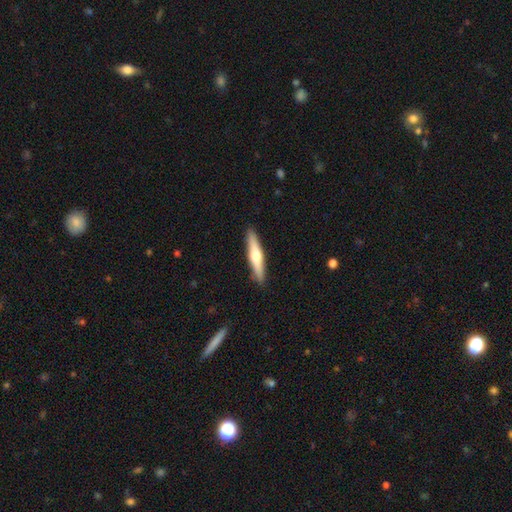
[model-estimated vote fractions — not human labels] smooth_or_featured: featured or disk (p=0.49) [alt: smooth p=0.46]
merging: none (p=0.91) [alt: minor disturbance p=0.07]